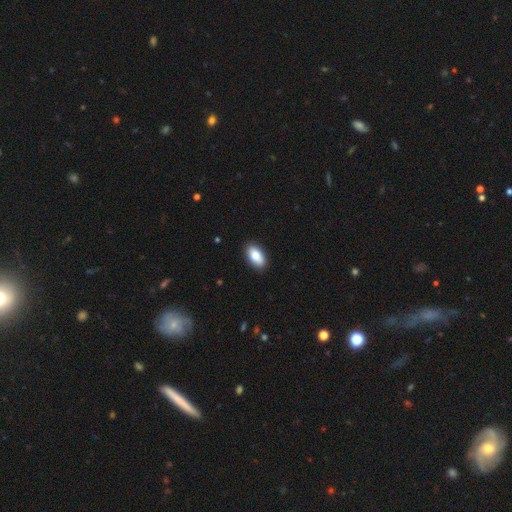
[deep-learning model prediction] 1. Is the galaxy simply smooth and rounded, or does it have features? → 84% smooth, 9% featured or disk, 6% star or artifact.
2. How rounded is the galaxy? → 93% in between, 4% round, 3% cigar-shaped.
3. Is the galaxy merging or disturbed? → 89% none, 9% minor disturbance, 2% major disturbance, 1% merger.